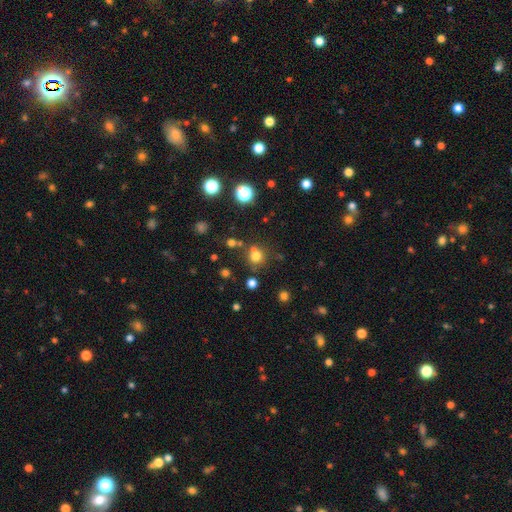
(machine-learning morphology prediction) Overall: smooth (72%). How rounded: round (88%). Merging: none (65%).